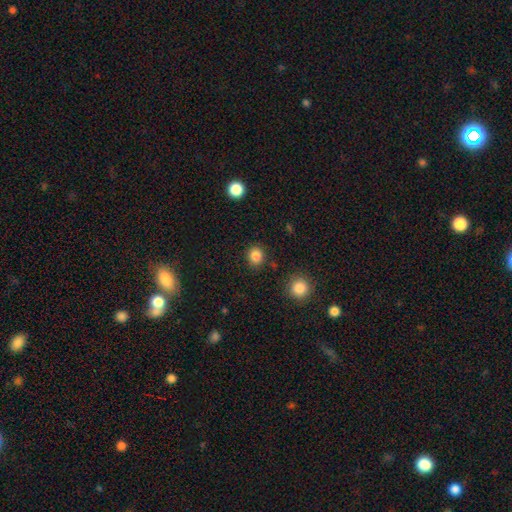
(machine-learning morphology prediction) A smooth galaxy with no disk features (85%) that is round (82%).

Vote fractions:
- Smooth or featured? smooth: 85% / star or artifact: 11% / featured or disk: 4%
- How rounded? round: 82% / in between: 17% / cigar-shaped: 1%
- Merging? none: 88% / minor disturbance: 7% / major disturbance: 3% / merger: 2%